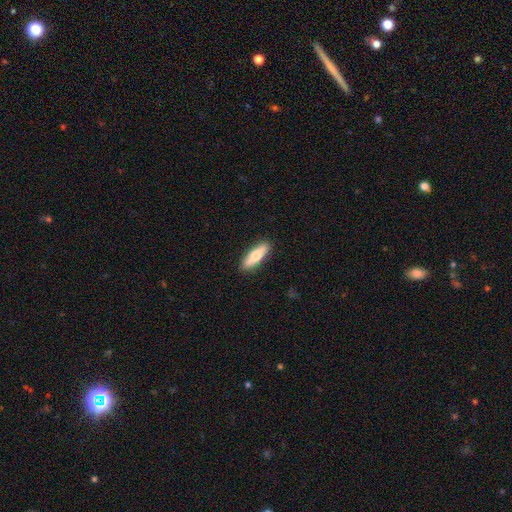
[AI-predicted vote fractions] A smooth galaxy with no disk features (63%) that is cigar-shaped (63%).

Vote fractions:
- Smooth or featured? smooth: 63% / featured or disk: 32% / star or artifact: 6%
- How rounded? cigar-shaped: 63% / in between: 35% / round: 2%
- Merging? none: 90% / minor disturbance: 7% / major disturbance: 2% / merger: 1%